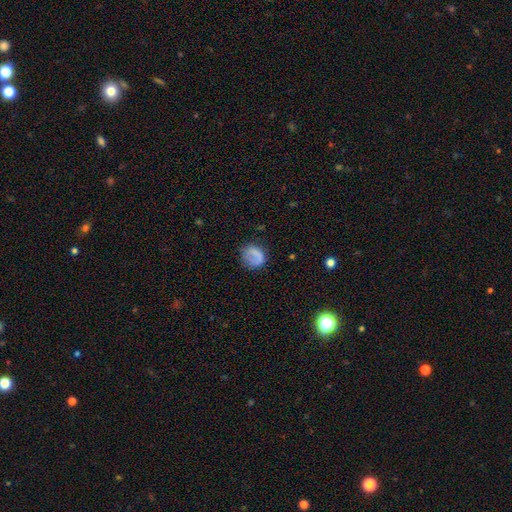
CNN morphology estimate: This is likely a smooth galaxy (70%). How rounded: likely round (70%). Merging: possibly none (59%).